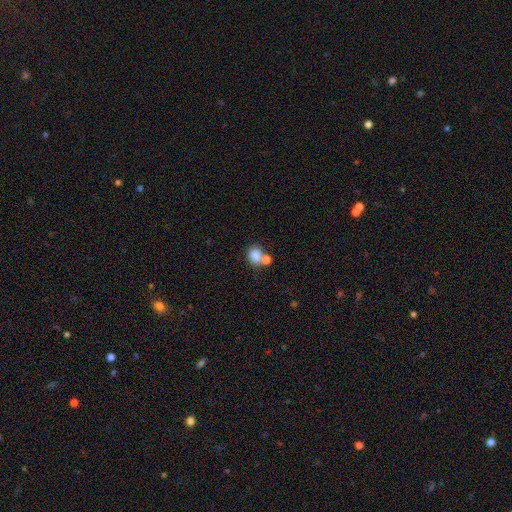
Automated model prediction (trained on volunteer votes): Overall: smooth (81%). How rounded: round (56%; in between 43%). Merging: none (47%; merger 36%).